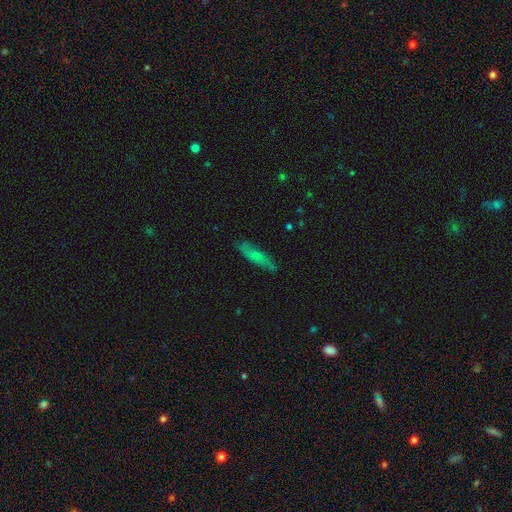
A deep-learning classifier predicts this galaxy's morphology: Smooth or featured? smooth (51%)
How rounded? cigar-shaped (72%)
Merging? none (78%)